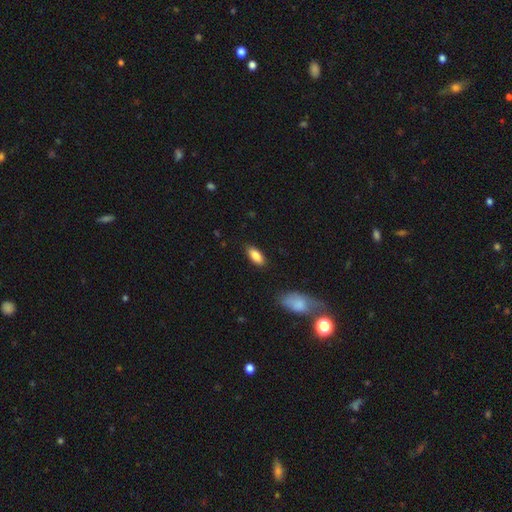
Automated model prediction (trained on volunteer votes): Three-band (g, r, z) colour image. It shows a smooth galaxy with no disk features (86%) that is in between round and cigar-shaped (87%). Merging: none (84%).